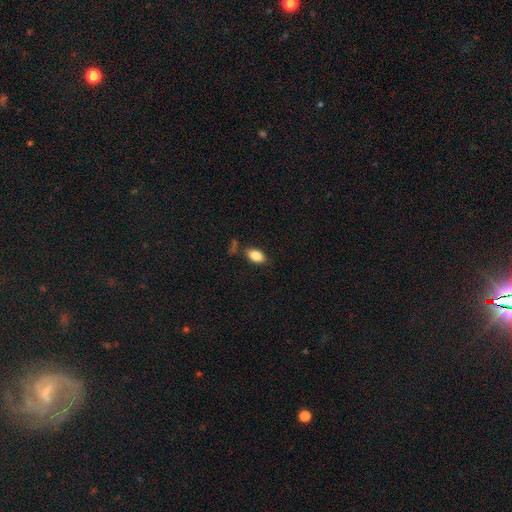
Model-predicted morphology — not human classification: type=smooth (84%); roundness=in between (89%); merging=none (77%).